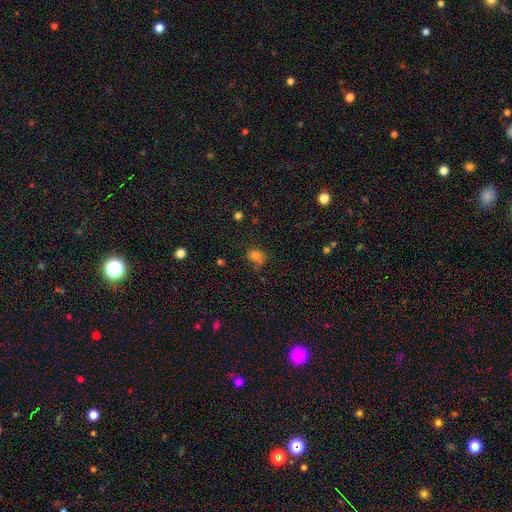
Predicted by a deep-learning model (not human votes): Smooth or featured: smooth — 76% (star or artifact — 16%)
How rounded: round — 68% (in between — 31%)
Merging: none — 56% (minor disturbance — 20%)